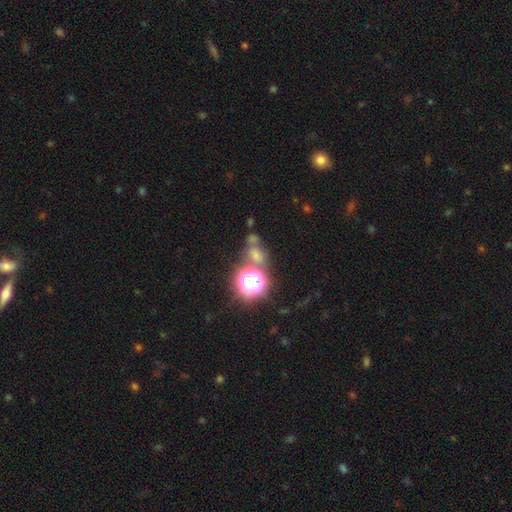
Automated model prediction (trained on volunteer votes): This appears to be a star or artifact, not a galaxy (51%).